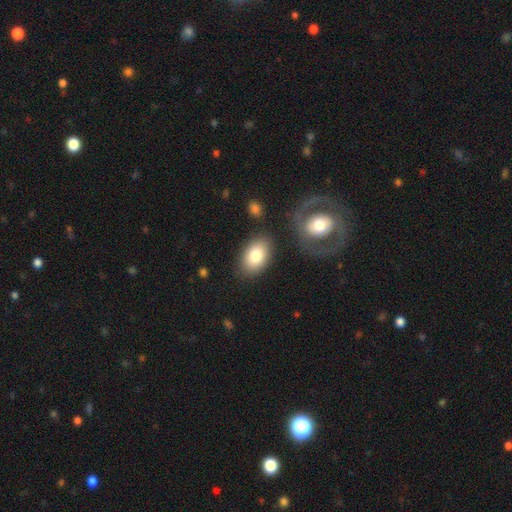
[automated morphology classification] This is clearly a smooth galaxy (80%). How rounded: clearly in between (86%). Merging: likely none (80%).